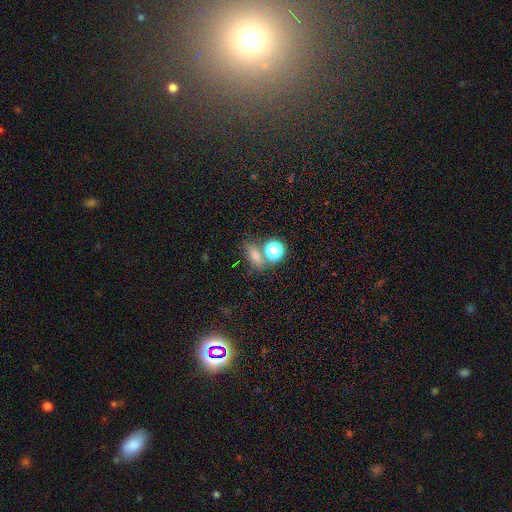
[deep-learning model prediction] The model was most divided on "smooth or featured": smooth: 54%, star or artifact: 34%, featured or disk: 12%. More confident: merging — none (64%); how rounded — in between (54%).